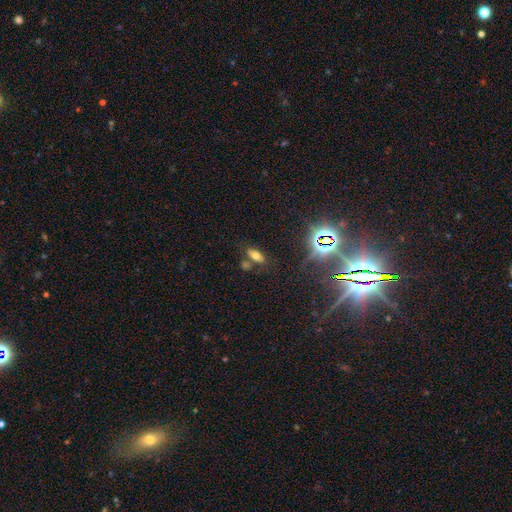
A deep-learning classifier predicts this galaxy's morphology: This appears to be a smooth galaxy with no disk features (63%) that is in between round and cigar-shaped (85%). Merging: none (66%).